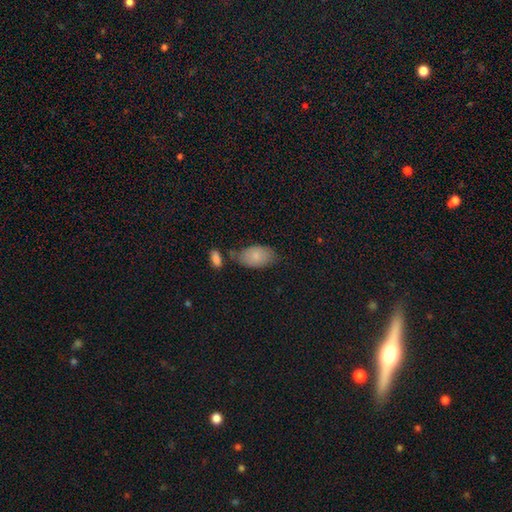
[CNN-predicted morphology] Overall: smooth (82%). How rounded: in between (93%). Merging: none (61%; minor disturbance 22%).